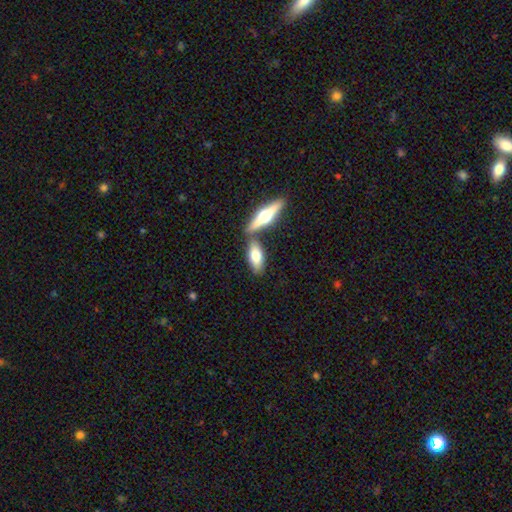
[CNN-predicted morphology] The model was most divided on "smooth or featured": smooth: 65%, featured or disk: 29%, star or artifact: 6%. More confident: how rounded — in between (74%); merging — none (62%).